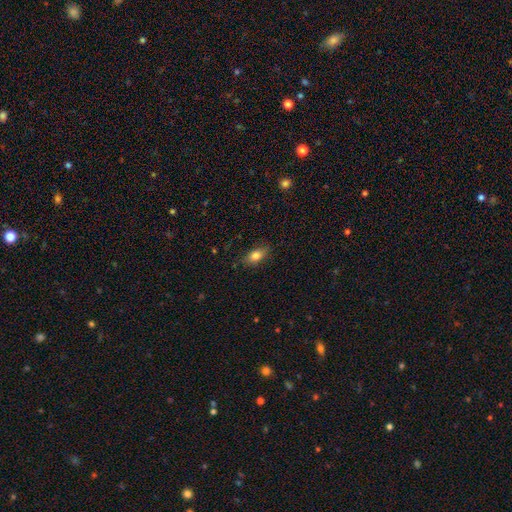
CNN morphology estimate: The model was most divided on "merging": none: 80%, minor disturbance: 15%, major disturbance: 3%, merger: 1%. More confident: how rounded — in between (84%); smooth or featured — smooth (80%).